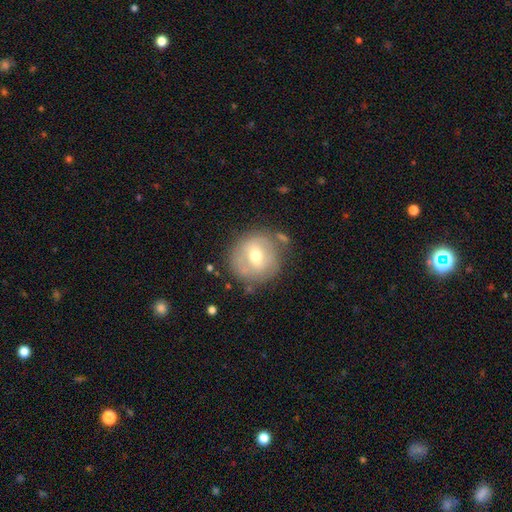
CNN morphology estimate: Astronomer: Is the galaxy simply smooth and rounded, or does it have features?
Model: smooth — 47% (runner-up: featured or disk, 45%).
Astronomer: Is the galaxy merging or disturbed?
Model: none — 72%.